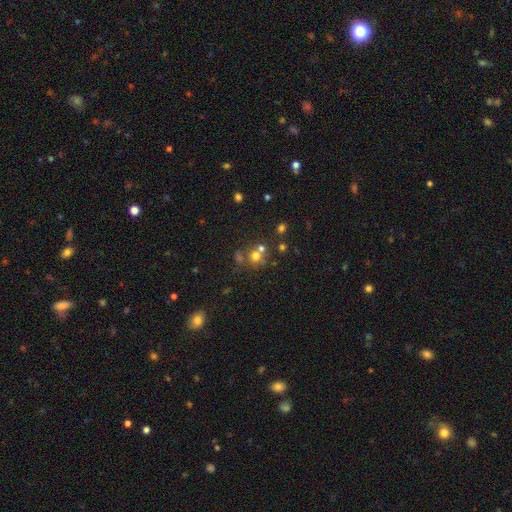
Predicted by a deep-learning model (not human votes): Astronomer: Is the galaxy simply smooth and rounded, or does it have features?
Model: smooth — 62%.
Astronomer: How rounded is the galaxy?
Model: round — 85%.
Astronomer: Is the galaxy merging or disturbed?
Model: none — 53% (runner-up: merger, 34%).